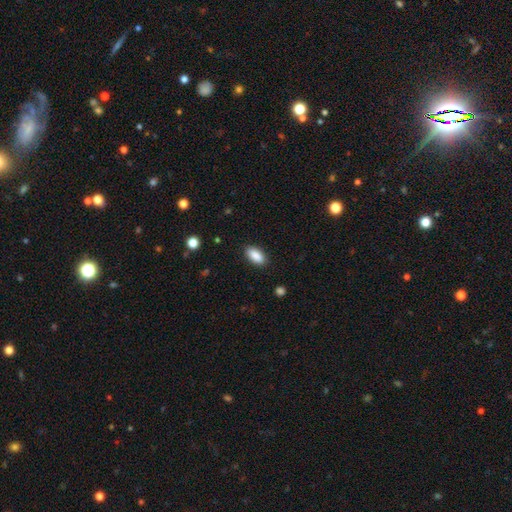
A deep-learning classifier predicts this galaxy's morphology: smooth_or_featured: smooth (p=0.89) [alt: star or artifact p=0.07]
how_rounded: in between (p=0.89) [alt: cigar-shaped p=0.08]
merging: none (p=0.89) [alt: minor disturbance p=0.08]